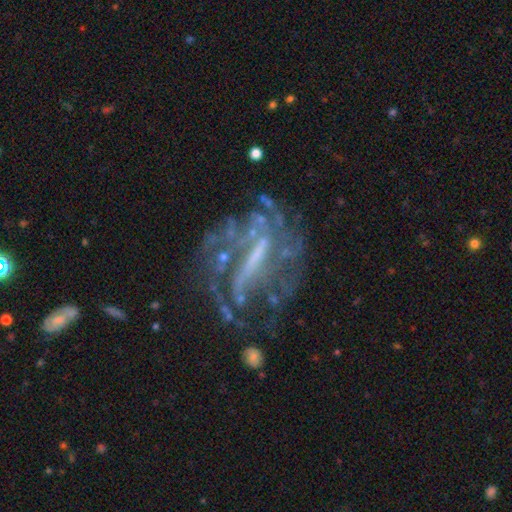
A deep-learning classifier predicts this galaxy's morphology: A featured or disk galaxy (79%) with a strong bar (55%), spiral arms (69%) and no central bulge (42%). Merging: none (50%).